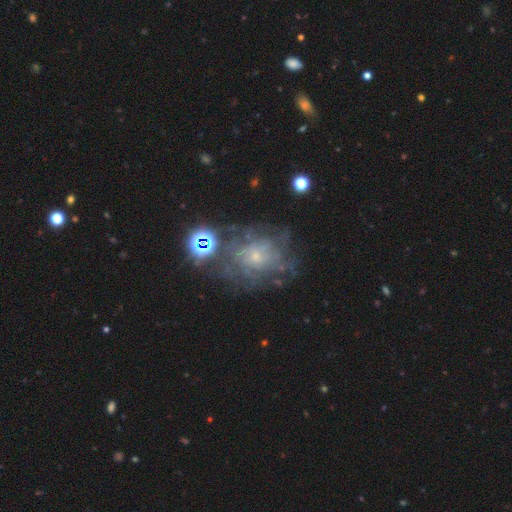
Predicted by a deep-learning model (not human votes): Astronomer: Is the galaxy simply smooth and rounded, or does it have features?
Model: featured or disk — 64%.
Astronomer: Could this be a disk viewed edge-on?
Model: no — 97%.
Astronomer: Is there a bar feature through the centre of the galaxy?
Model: no — 81%.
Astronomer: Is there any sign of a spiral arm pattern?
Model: yes — 69%.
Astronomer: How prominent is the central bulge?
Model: small — 76%.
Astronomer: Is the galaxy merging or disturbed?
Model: none — 63%.